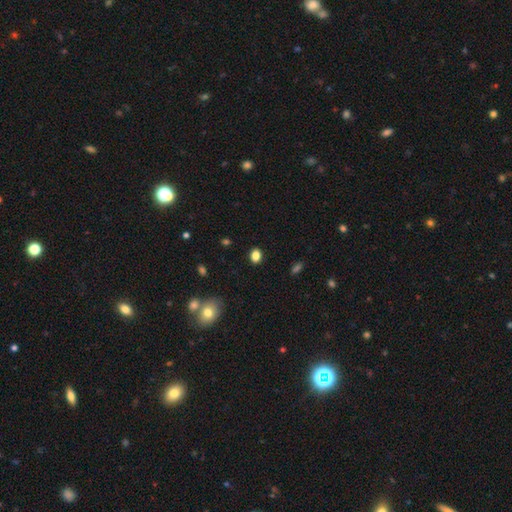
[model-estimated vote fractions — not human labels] smooth-or-featured: smooth: 84% | star or artifact: 11% | featured or disk: 4%
  how-rounded: in between: 55% | round: 44% | cigar-shaped: 1%
  merging: none: 88% | minor disturbance: 8% | major disturbance: 2% | merger: 2%